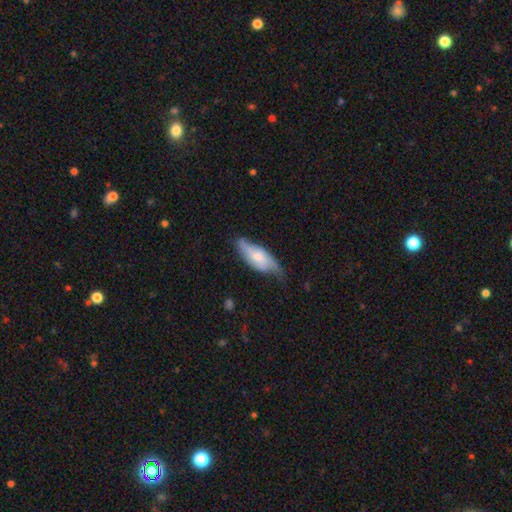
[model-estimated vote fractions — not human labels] Morphology: type=featured or disk (56%); edge-on=no (74%); merging=none (59%).